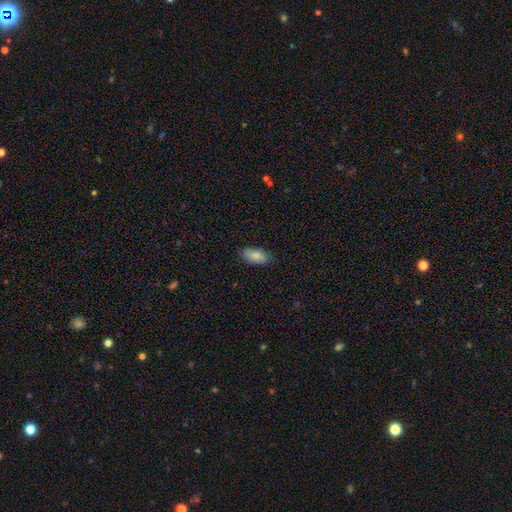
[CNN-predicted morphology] The model was most divided on "merging": none: 85%, minor disturbance: 11%, major disturbance: 2%, merger: 1%. More confident: how rounded — in between (90%); smooth or featured — smooth (86%).